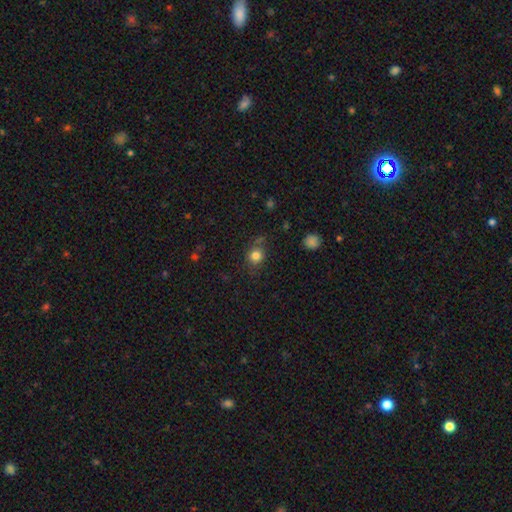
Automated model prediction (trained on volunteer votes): smooth_or_featured: smooth (p=0.81) [alt: star or artifact p=0.13]
how_rounded: round (p=0.82) [alt: in between p=0.17]
merging: none (p=0.73) [alt: minor disturbance p=0.17]